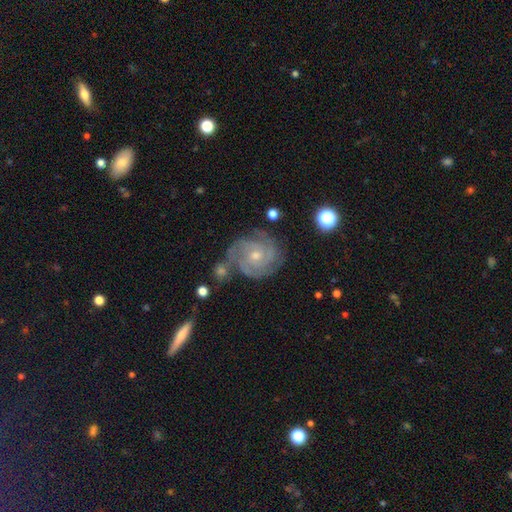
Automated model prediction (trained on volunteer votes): Smooth or featured? featured or disk (86%)
Edge-on disk? no (98%)
Bar? no (73%)
Spiral arms? yes (97%)
Spiral winding? tight (70%)
Spiral arm count? 3 (36%)
Bulge size? small (53%)
Merging? none (66%)